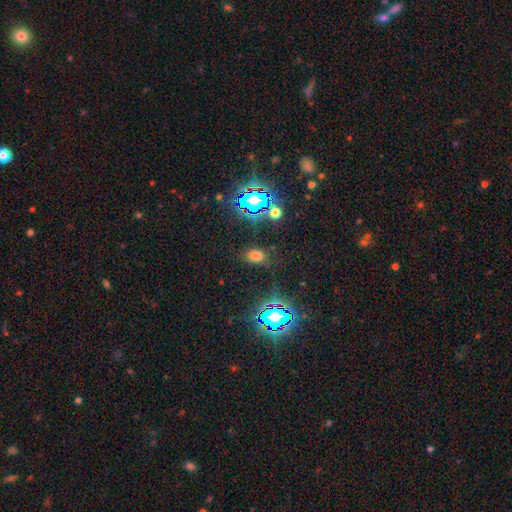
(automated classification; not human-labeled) Smooth or featured? smooth (63%)
How rounded? in between (77%)
Merging? none (78%)